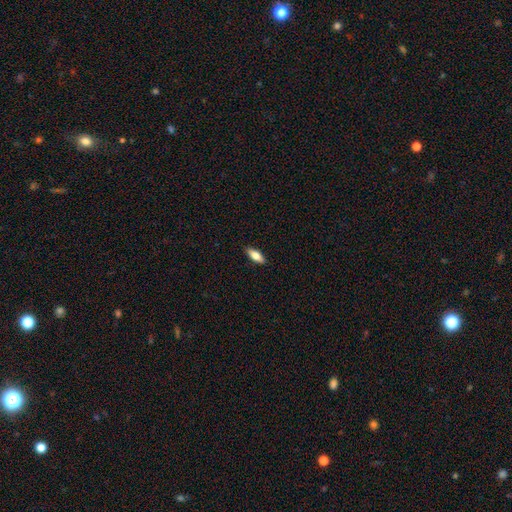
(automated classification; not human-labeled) This appears to be a smooth galaxy with no disk features (72%) that is in between round and cigar-shaped (70%). Merging: none (89%).